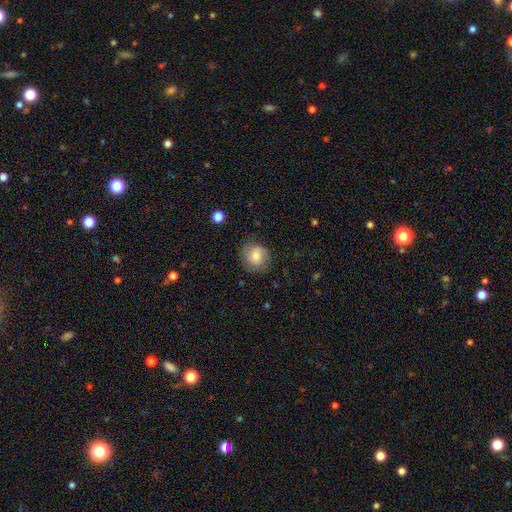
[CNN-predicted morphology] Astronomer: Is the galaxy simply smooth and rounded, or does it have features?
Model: smooth — 65%.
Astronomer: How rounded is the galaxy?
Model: round — 80%.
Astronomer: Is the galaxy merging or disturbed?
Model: none — 74%.